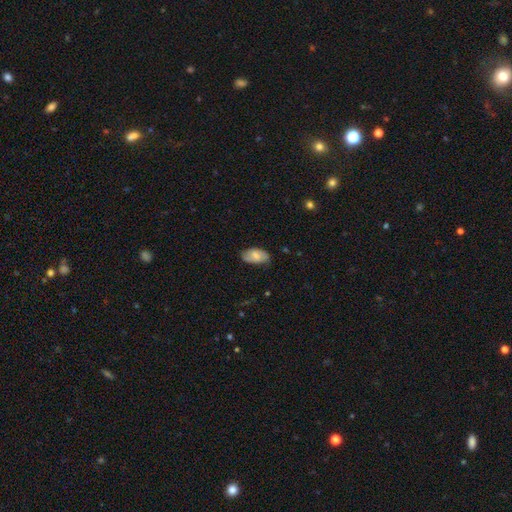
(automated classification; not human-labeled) smooth 65%, featured or disk 29%, star or artifact 7%. Down the decision tree: how rounded — in between (94%); merging — none (74%).